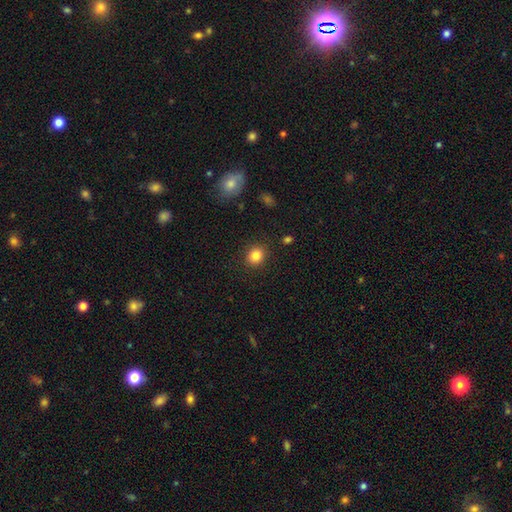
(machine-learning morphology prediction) smooth-or-featured: smooth: 85% | star or artifact: 10% | featured or disk: 5%
  how-rounded: round: 76% | in between: 23% | cigar-shaped: 1%
  merging: none: 89% | minor disturbance: 8% | major disturbance: 3% | merger: 1%